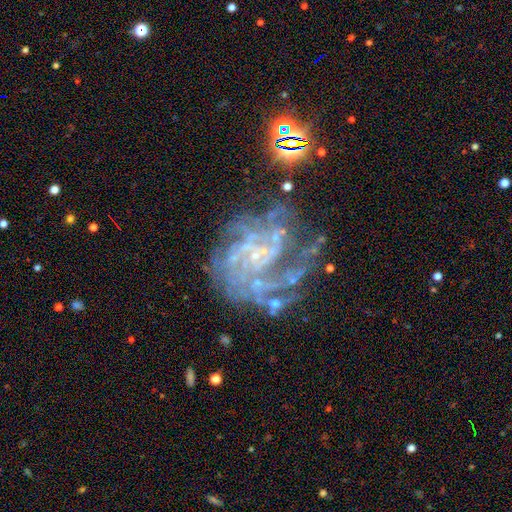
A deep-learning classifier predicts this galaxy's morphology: Q: Smooth or featured?
A: featured or disk (79%); runner-up: star or artifact (13%)
Q: Edge-on disk?
A: no (98%); runner-up: yes (2%)
Q: Bar?
A: no (72%); runner-up: weak (22%)
Q: Spiral arms?
A: yes (84%); runner-up: no (16%)
Q: Spiral winding?
A: tight (47%); runner-up: medium (35%)
Q: Spiral arm count?
A: can't tell (37%); runner-up: 3 (16%)
Q: Bulge size?
A: small (47%); runner-up: none (45%)
Q: Merging?
A: none (46%); runner-up: major disturbance (30%)